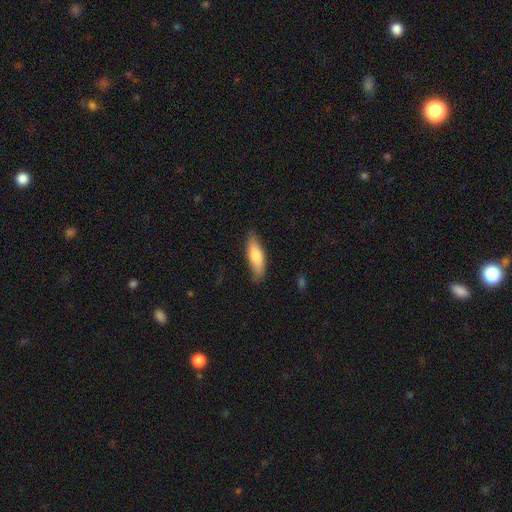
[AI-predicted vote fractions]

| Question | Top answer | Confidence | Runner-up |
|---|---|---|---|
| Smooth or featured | smooth | 74% | featured or disk (20%) |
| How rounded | in between | 51% | cigar-shaped (47%) |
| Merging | none | 79% | minor disturbance (17%) |